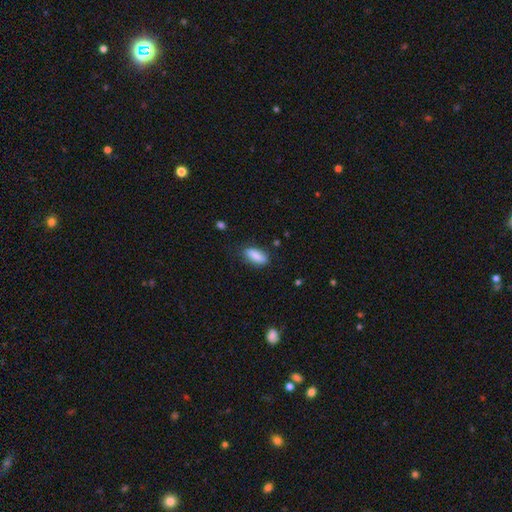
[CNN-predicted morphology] smooth-or-featured: smooth: 85% | featured or disk: 8% | star or artifact: 7%
  how-rounded: in between: 77% | cigar-shaped: 21% | round: 3%
  merging: none: 77% | minor disturbance: 17% | major disturbance: 4% | merger: 2%